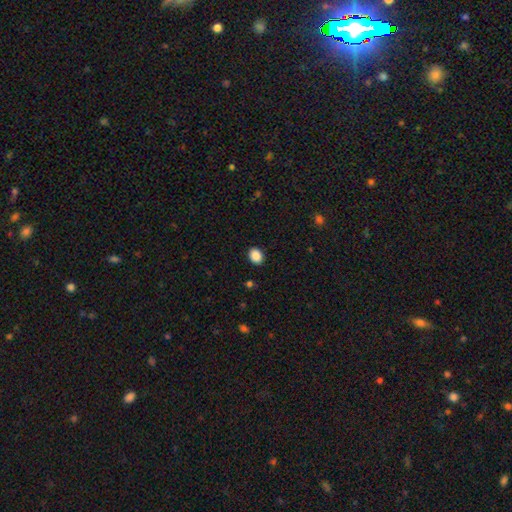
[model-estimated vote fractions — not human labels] Morphology: type=smooth (89%); roundness=in between (58%); merging=none (90%).